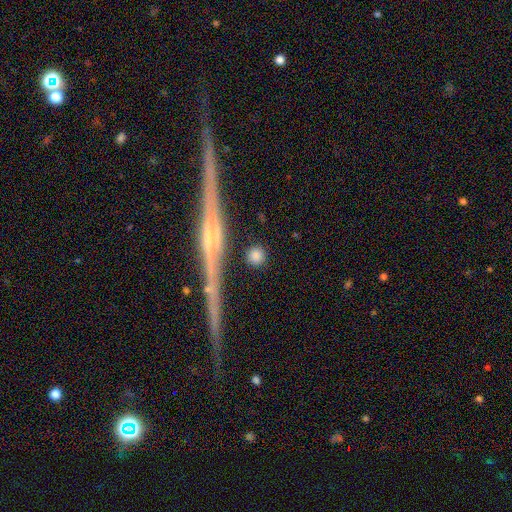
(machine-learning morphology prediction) smooth-or-featured: smooth: 79% | featured or disk: 12% | star or artifact: 9%
  how-rounded: round: 89% | in between: 6% | cigar-shaped: 5%
  merging: none: 87% | minor disturbance: 8% | merger: 3% | major disturbance: 2%